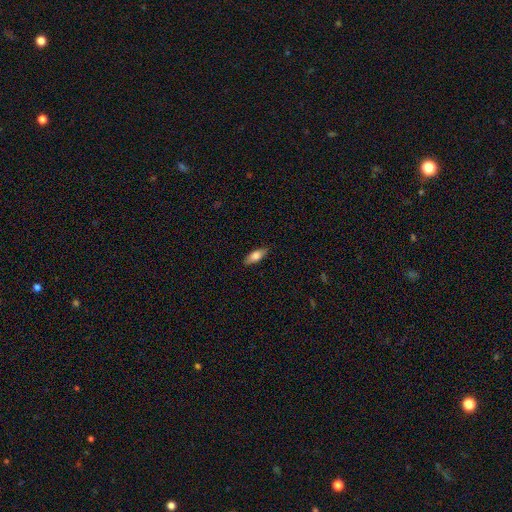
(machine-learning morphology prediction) type=smooth (77%); roundness=in between (74%); merging=none (87%).